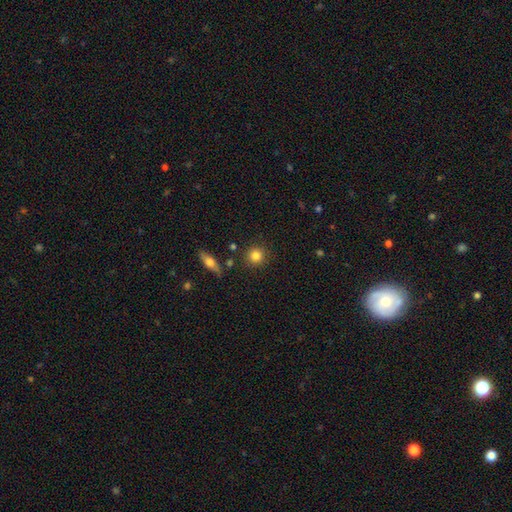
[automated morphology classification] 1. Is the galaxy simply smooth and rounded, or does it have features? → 83% smooth, 9% star or artifact, 8% featured or disk.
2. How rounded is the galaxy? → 91% round, 8% in between, 1% cigar-shaped.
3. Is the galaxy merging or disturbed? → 85% none, 8% minor disturbance, 4% merger, 3% major disturbance.